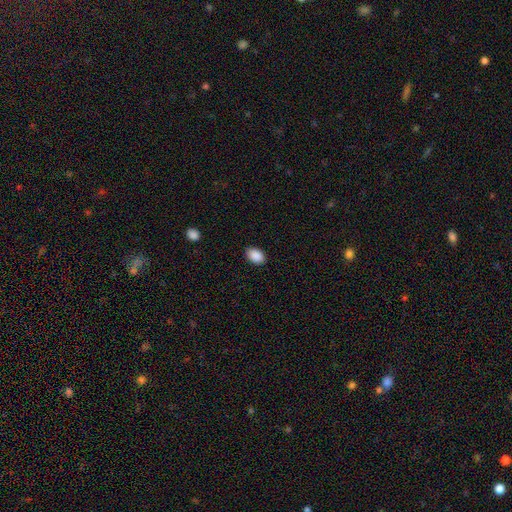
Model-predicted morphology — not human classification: A smooth galaxy with no disk features (90%) that is in between round and cigar-shaped (87%).

Vote fractions:
- Smooth or featured? smooth: 90% / star or artifact: 7% / featured or disk: 3%
- How rounded? in between: 87% / round: 12% / cigar-shaped: 1%
- Merging? none: 89% / minor disturbance: 8% / major disturbance: 2% / merger: 1%